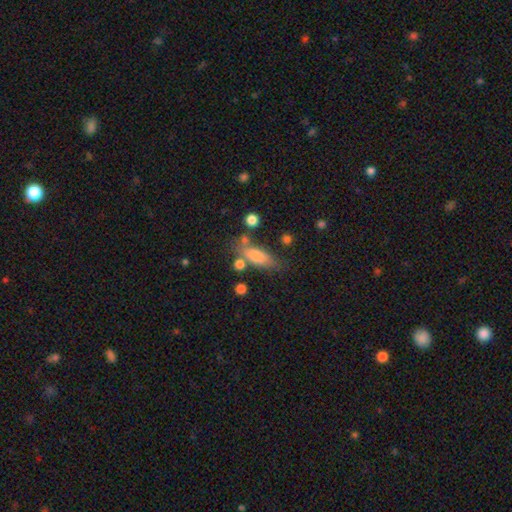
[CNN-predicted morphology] Overall: smooth (76%). How rounded: in between (66%; cigar-shaped 29%). Merging: none (58%; minor disturbance 21%).